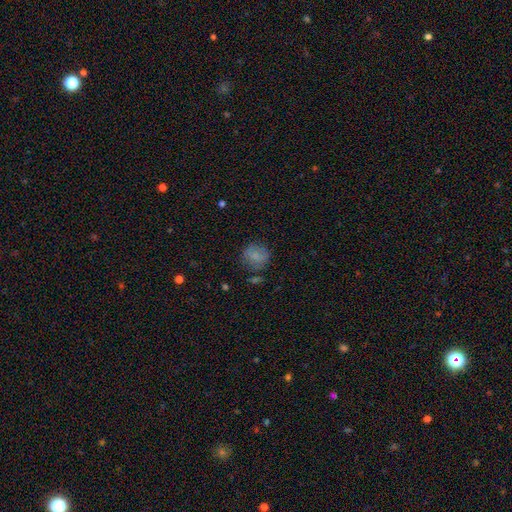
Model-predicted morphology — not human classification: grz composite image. It shows a smooth galaxy with no disk features (74%) that is round (76%). Merging: none (66%).